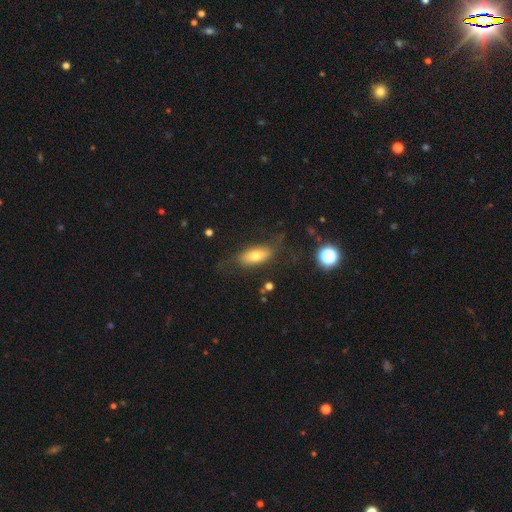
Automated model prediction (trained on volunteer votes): Overall: smooth (66%). How rounded: in between (79%). Merging: none (65%).